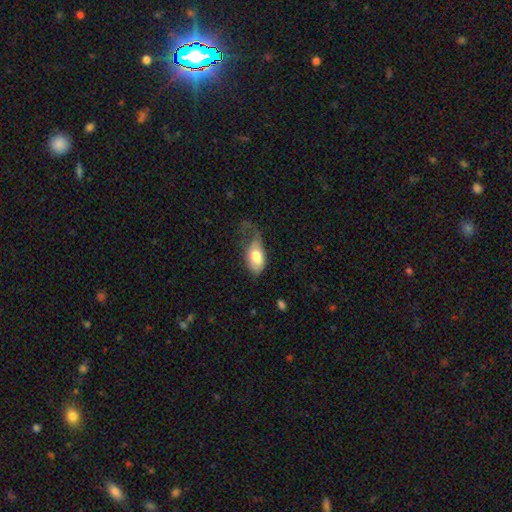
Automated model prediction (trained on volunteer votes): This appears to be a smooth galaxy with no disk features (71%) that is in between round and cigar-shaped (90%). Merging: major disturbance (49%).